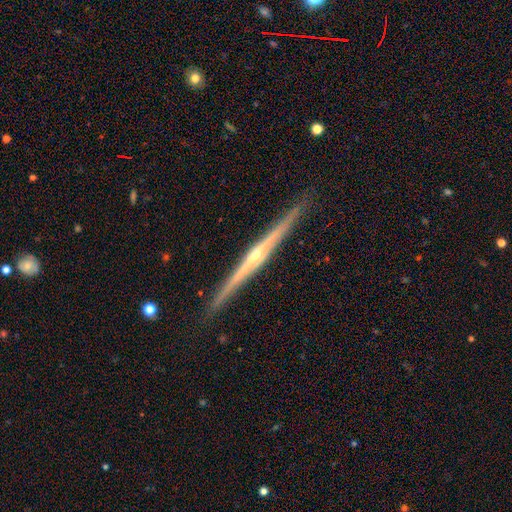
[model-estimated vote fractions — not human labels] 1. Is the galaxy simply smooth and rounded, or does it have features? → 84% featured or disk, 10% smooth, 5% star or artifact.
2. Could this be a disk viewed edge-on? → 98% yes, 2% no.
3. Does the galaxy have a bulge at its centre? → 72% rounded, 22% none, 6% boxy.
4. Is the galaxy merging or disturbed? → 90% none, 7% minor disturbance, 1% major disturbance, 1% merger.